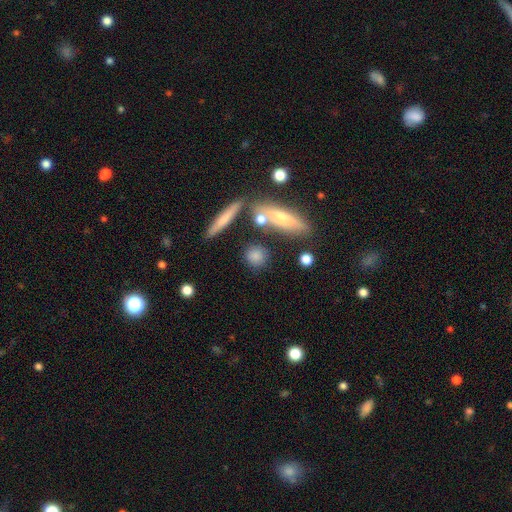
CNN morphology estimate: Q: Smooth or featured?
A: smooth (79%); runner-up: featured or disk (12%)
Q: How rounded?
A: round (70%); runner-up: in between (18%)
Q: Merging?
A: none (76%); runner-up: minor disturbance (11%)